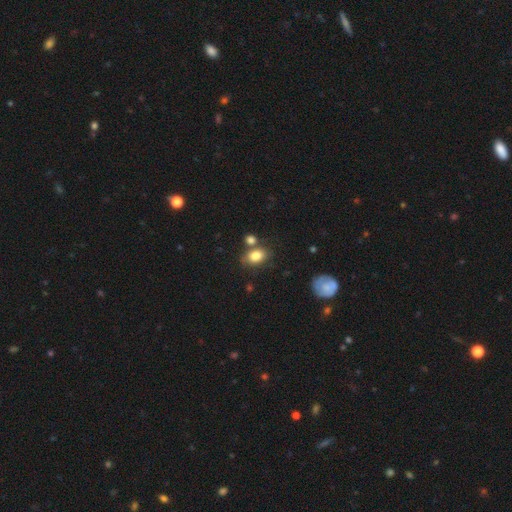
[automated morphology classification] Q: Smooth or featured?
A: smooth (81%); runner-up: star or artifact (9%)
Q: How rounded?
A: in between (73%); runner-up: round (26%)
Q: Merging?
A: none (64%); runner-up: merger (17%)